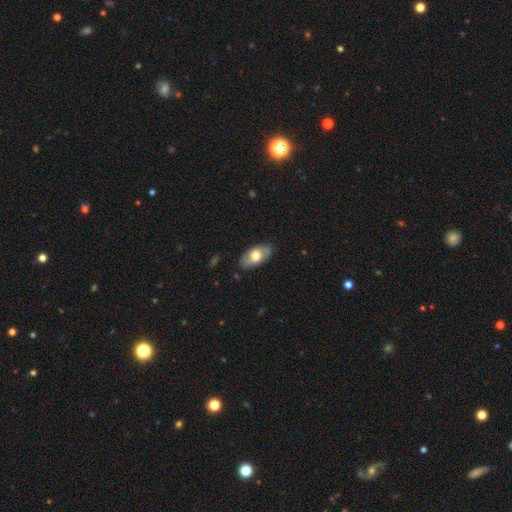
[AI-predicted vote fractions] The model was most divided on "smooth or featured": smooth: 58%, featured or disk: 36%, star or artifact: 6%. More confident: how rounded — in between (93%); merging — none (83%).